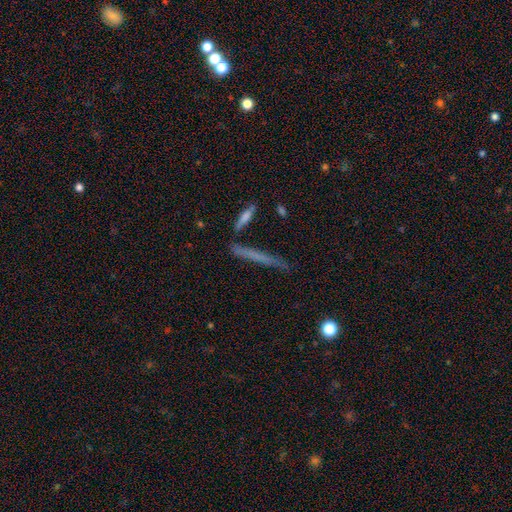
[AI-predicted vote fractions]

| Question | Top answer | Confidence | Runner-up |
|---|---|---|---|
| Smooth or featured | smooth | 53% | featured or disk (38%) |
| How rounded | cigar-shaped | 95% | in between (3%) |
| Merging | none | 78% | minor disturbance (13%) |